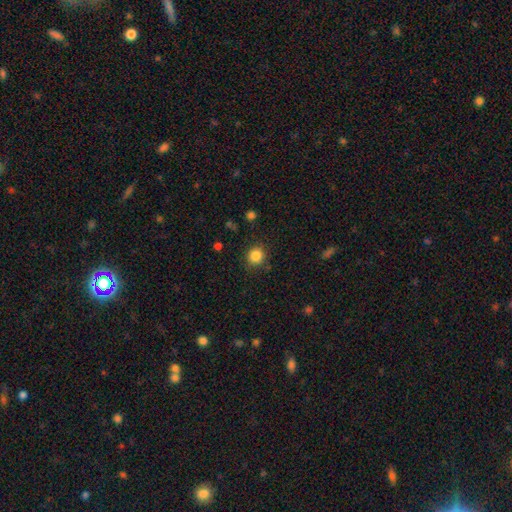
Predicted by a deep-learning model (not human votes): The model was most divided on "smooth or featured": smooth: 85%, star or artifact: 11%, featured or disk: 4%. More confident: how rounded — round (88%); merging — none (86%).